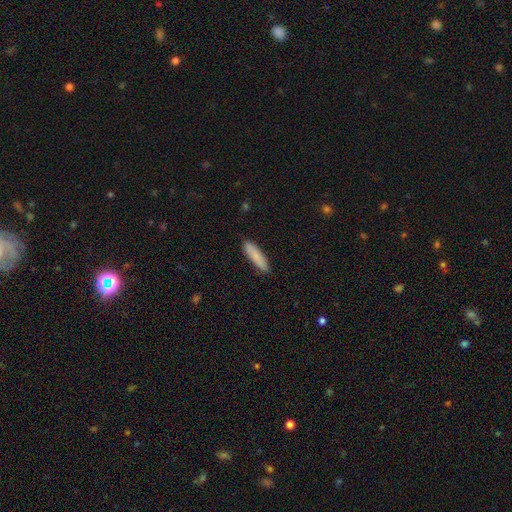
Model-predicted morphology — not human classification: Q: Smooth or featured?
A: smooth (83%); runner-up: featured or disk (11%)
Q: How rounded?
A: cigar-shaped (73%); runner-up: in between (25%)
Q: Merging?
A: none (88%); runner-up: minor disturbance (10%)